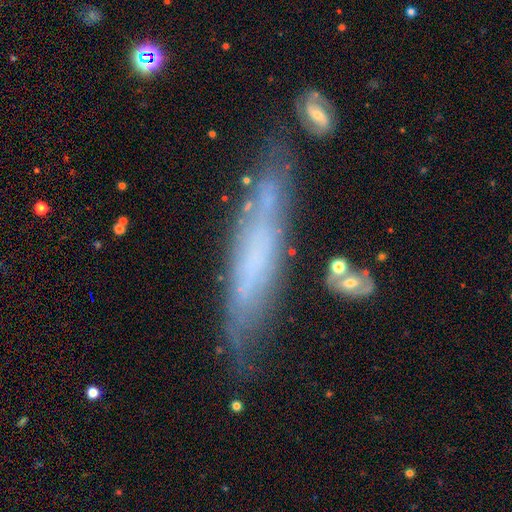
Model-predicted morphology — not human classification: Overall: featured or disk (52%; smooth 38%). Edge-on disk: yes (66%; no 34%). Merging: none (71%).